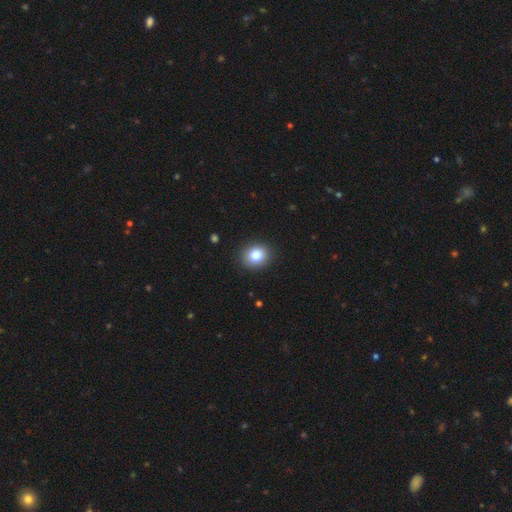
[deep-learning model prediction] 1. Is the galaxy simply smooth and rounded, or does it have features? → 83% smooth, 10% star or artifact, 7% featured or disk.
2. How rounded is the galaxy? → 63% round, 36% in between, 1% cigar-shaped.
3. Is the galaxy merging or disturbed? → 90% none, 7% minor disturbance, 2% major disturbance, 1% merger.